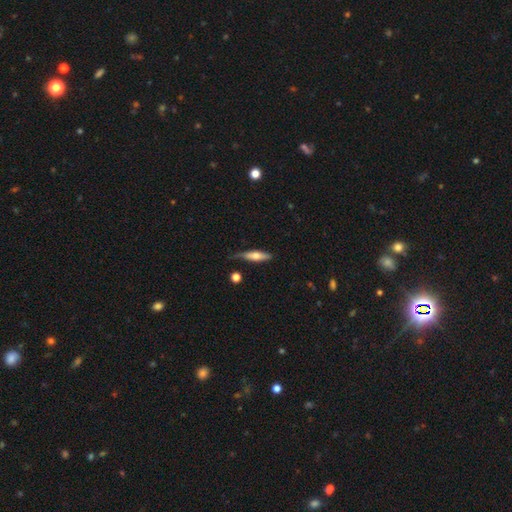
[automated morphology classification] This appears to be a smooth galaxy with no disk features (52%) that is cigar-shaped (71%). Merging: none (62%).